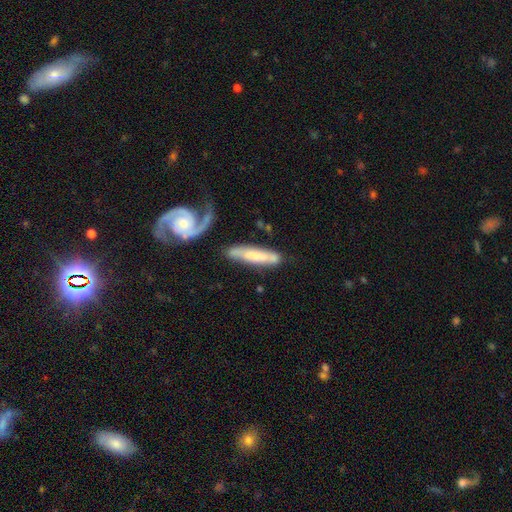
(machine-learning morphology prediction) Smooth or featured? Predicted: featured or disk (p=0.49). Merging? Predicted: none (p=0.55).